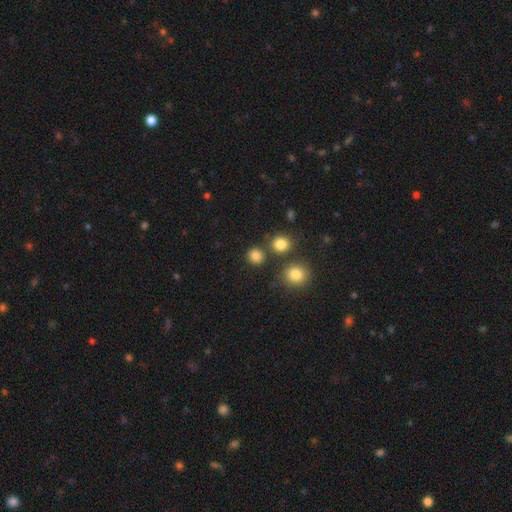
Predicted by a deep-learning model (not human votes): The model was most divided on "how rounded": round: 84%, in between: 15%, cigar-shaped: 1%. More confident: smooth or featured — smooth (83%); merging — none (80%).